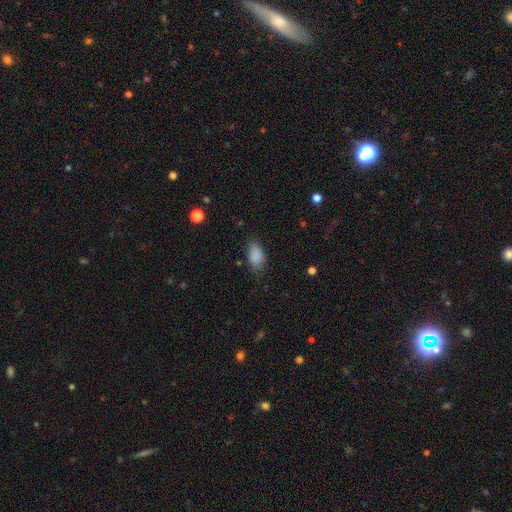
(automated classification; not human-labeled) This appears to be a smooth galaxy with no disk features (87%) that is in between round and cigar-shaped (91%). Merging: none (73%).